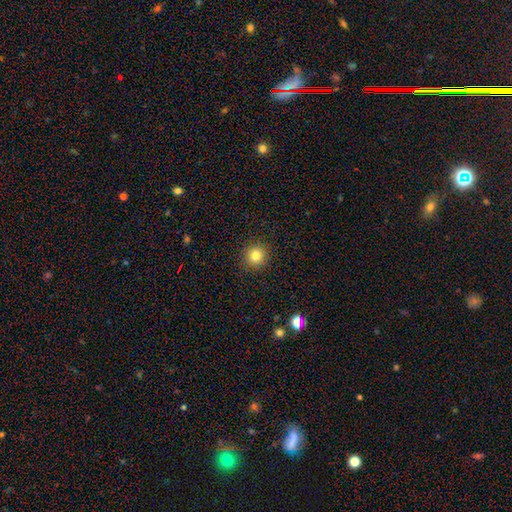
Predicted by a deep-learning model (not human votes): This is clearly a smooth galaxy (82%). How rounded: clearly round (94%). Merging: clearly none (92%).